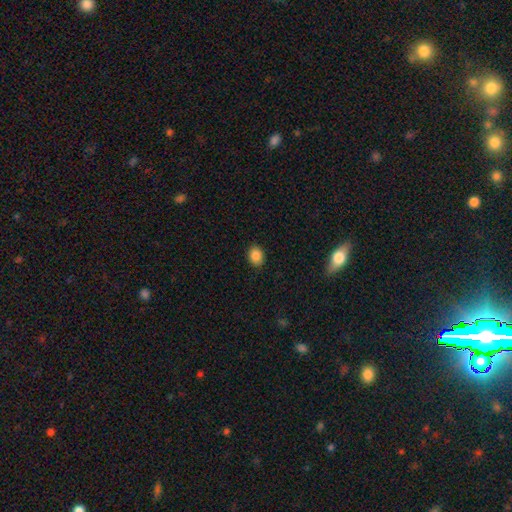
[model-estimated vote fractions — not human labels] This appears to be a smooth galaxy with no disk features (86%) that is in between round and cigar-shaped (54%). Merging: none (90%).